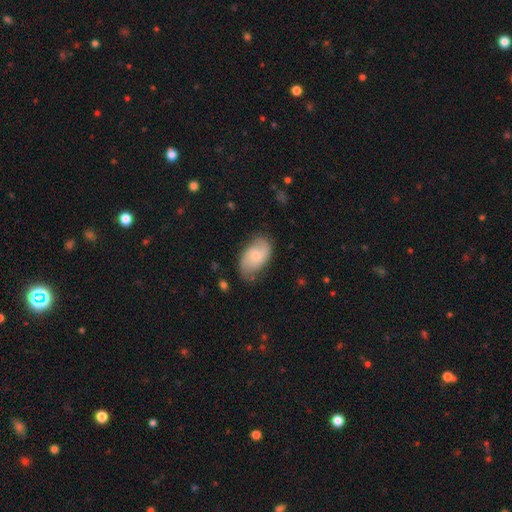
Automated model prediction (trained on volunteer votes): smooth-or-featured: featured or disk: 60% | smooth: 34% | star or artifact: 6%
  disk-edge-on: no: 96% | yes: 4%
    bar: no: 66% | weak: 30% | strong: 4%
    has-spiral-arms: yes: 90% | no: 10%
      spiral-winding: medium: 42% | loose: 35% | tight: 23%
      spiral-arm-count: 2: 82% | can't tell: 10% | 1: 4% | 3: 2% | 4: 1% | more than 4: 1%
    bulge-size: small: 56% | moderate: 35% | none: 5% | large: 3% | dominant: 1%
  merging: none: 69% | minor disturbance: 22% | major disturbance: 7% | merger: 2%